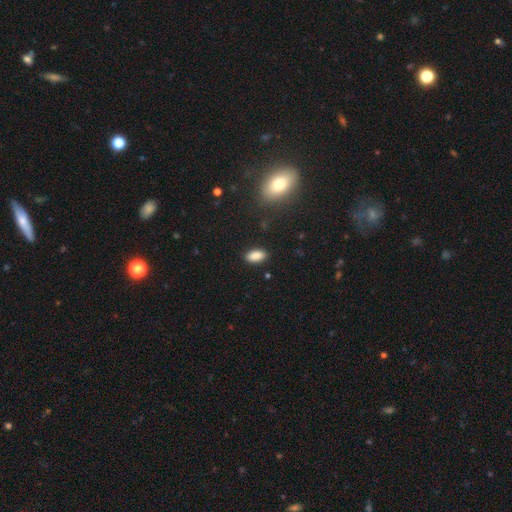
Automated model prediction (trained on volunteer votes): smooth-or-featured: smooth: 87% | star or artifact: 8% | featured or disk: 4%
  how-rounded: in between: 91% | cigar-shaped: 6% | round: 3%
  merging: none: 88% | minor disturbance: 9% | major disturbance: 2% | merger: 1%